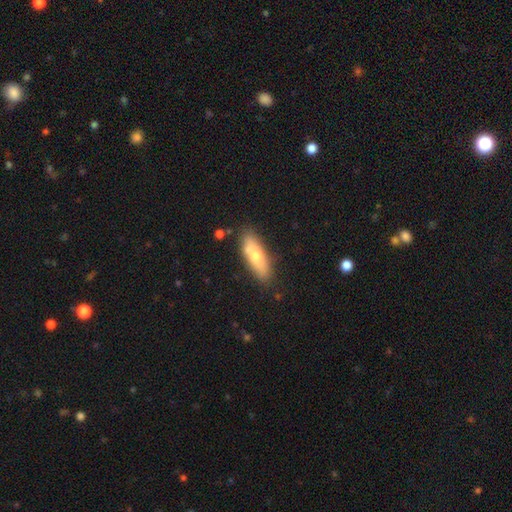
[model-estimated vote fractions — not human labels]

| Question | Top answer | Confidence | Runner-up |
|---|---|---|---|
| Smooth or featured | smooth | 63% | featured or disk (31%) |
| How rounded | in between | 55% | cigar-shaped (43%) |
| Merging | none | 77% | minor disturbance (14%) |